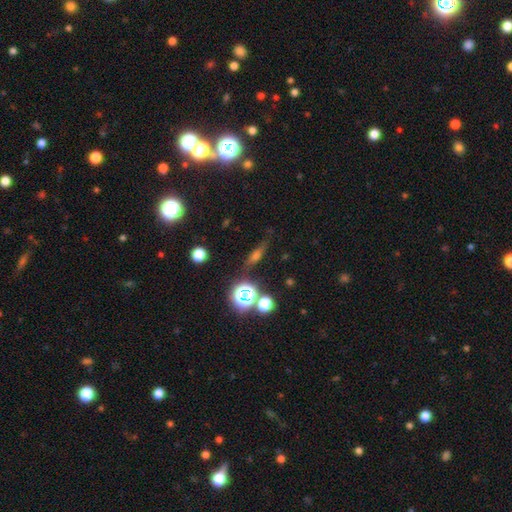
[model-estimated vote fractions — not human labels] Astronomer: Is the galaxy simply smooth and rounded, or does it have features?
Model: smooth — 43% (runner-up: featured or disk, 29%).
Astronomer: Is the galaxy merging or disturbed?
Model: none — 73%.